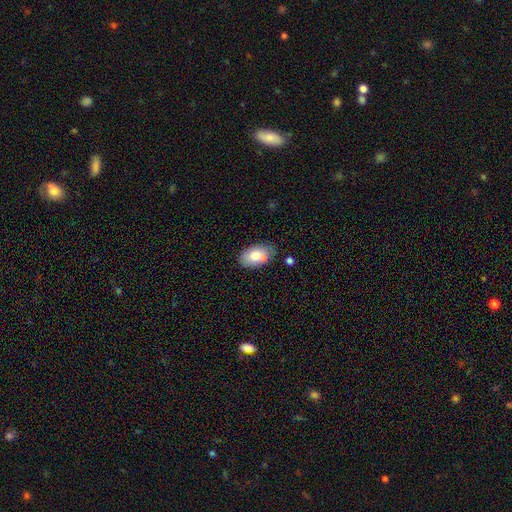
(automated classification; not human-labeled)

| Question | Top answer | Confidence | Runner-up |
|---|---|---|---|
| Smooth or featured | smooth | 77% | featured or disk (15%) |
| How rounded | in between | 92% | round (6%) |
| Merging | none | 70% | minor disturbance (19%) |